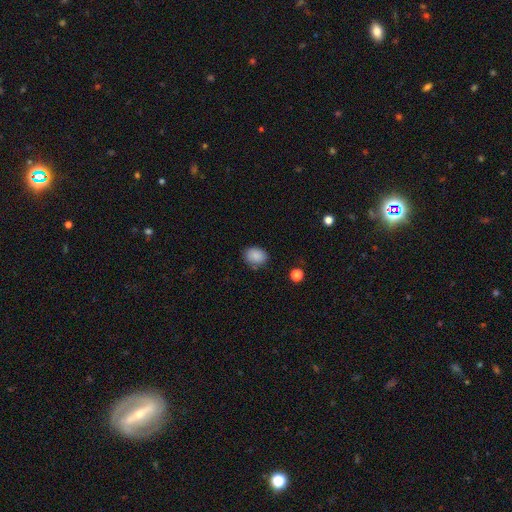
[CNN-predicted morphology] Smooth or featured? smooth (87%)
How rounded? in between (54%)
Merging? none (78%)